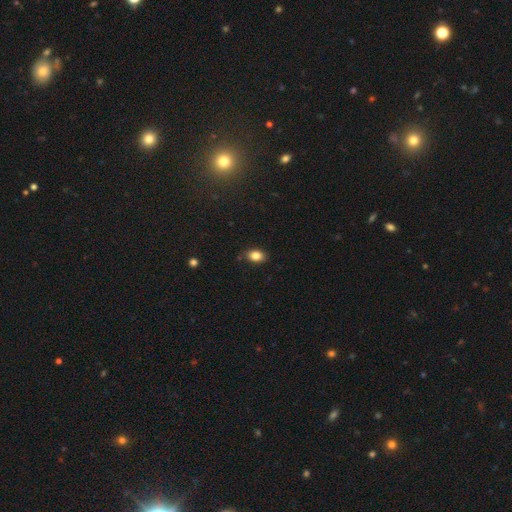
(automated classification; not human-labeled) Smooth or featured: smooth — 85% (star or artifact — 9%)
How rounded: in between — 79% (round — 19%)
Merging: none — 84% (minor disturbance — 12%)